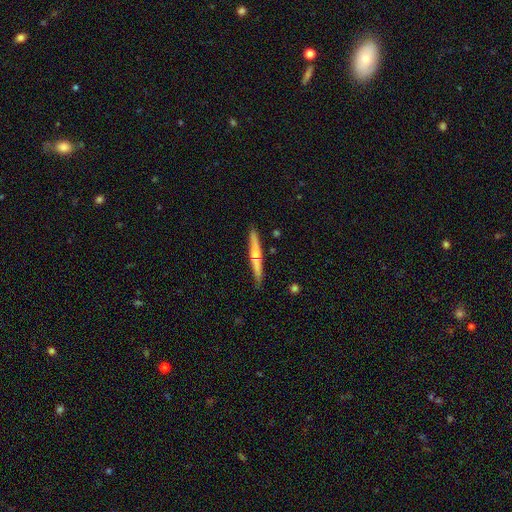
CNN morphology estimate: Overall: featured or disk (51%; smooth 43%). Edge-on disk: yes (95%). Merging: none (84%).